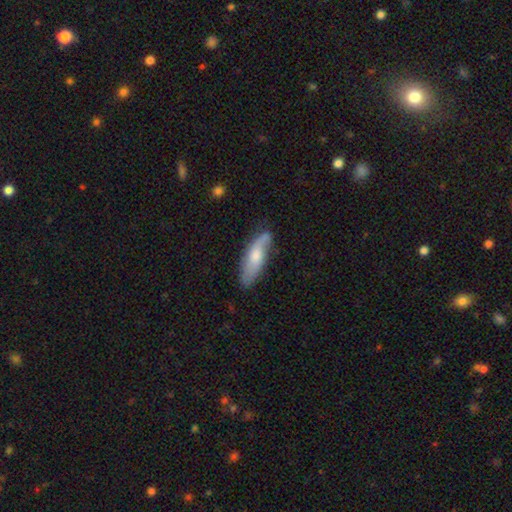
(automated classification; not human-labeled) Smooth or featured: smooth — 53% (featured or disk — 42%)
How rounded: in between — 51% (cigar-shaped — 47%)
Merging: none — 67% (minor disturbance — 24%)